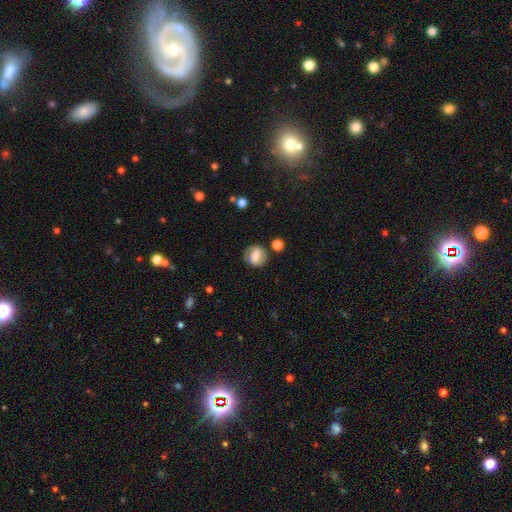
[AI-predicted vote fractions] smooth_or_featured: smooth (p=0.55) [alt: featured or disk p=0.36]
how_rounded: round (p=0.72) [alt: in between p=0.26]
merging: none (p=0.76) [alt: minor disturbance p=0.14]